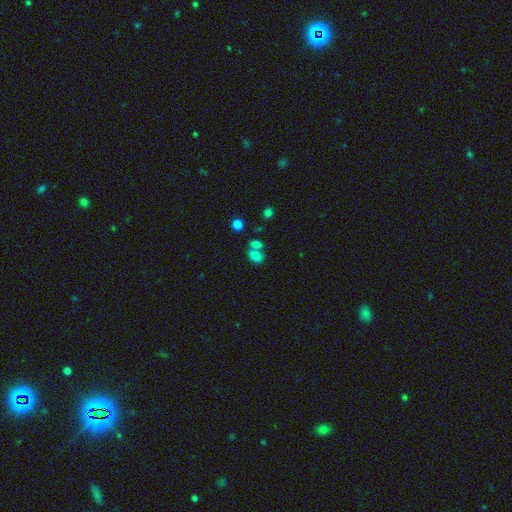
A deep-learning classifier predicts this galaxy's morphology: Smooth or featured? Predicted: smooth (p=0.77). How rounded? Predicted: in between (p=0.79). Merging? Predicted: merger (p=0.44).